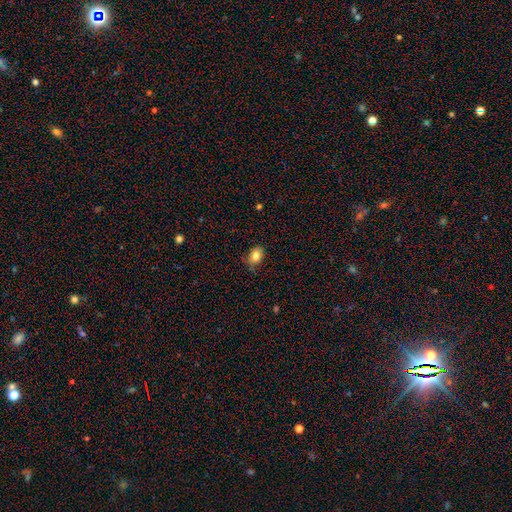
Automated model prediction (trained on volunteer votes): Overall: smooth (83%). How rounded: in between (73%). Merging: none (74%).